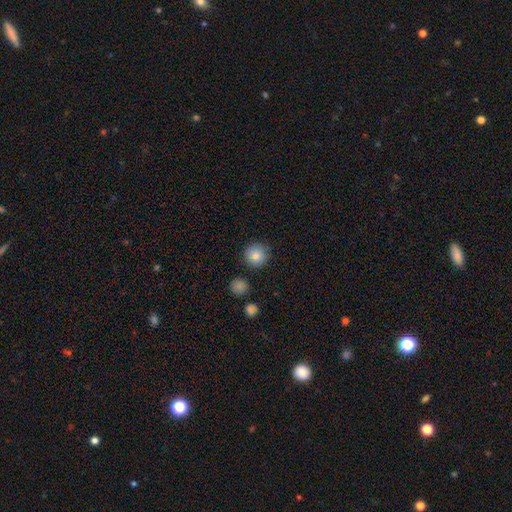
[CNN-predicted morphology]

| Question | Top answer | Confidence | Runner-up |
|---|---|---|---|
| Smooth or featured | smooth | 84% | star or artifact (9%) |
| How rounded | round | 93% | in between (6%) |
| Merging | none | 86% | minor disturbance (9%) |